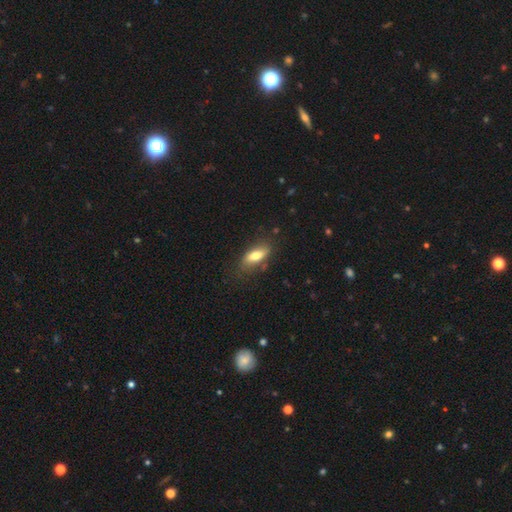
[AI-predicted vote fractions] Smooth or featured? Predicted: smooth (p=0.73). How rounded? Predicted: in between (p=0.78). Merging? Predicted: none (p=0.71).